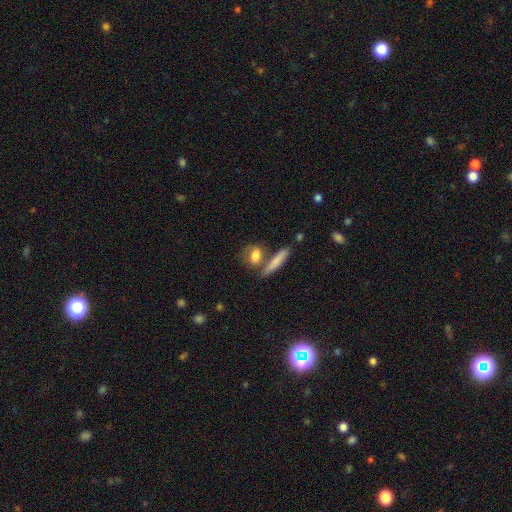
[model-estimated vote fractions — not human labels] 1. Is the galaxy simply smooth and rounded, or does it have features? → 76% smooth, 17% featured or disk, 7% star or artifact.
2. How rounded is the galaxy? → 49% in between, 28% cigar-shaped, 23% round.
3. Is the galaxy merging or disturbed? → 55% none, 25% merger, 14% minor disturbance, 6% major disturbance.